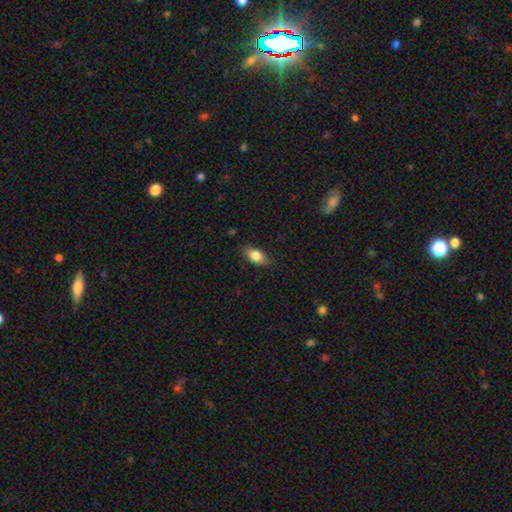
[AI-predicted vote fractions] smooth_or_featured: smooth (p=0.79) [alt: featured or disk p=0.13]
how_rounded: in between (p=0.86) [alt: round p=0.07]
merging: none (p=0.83) [alt: minor disturbance p=0.13]